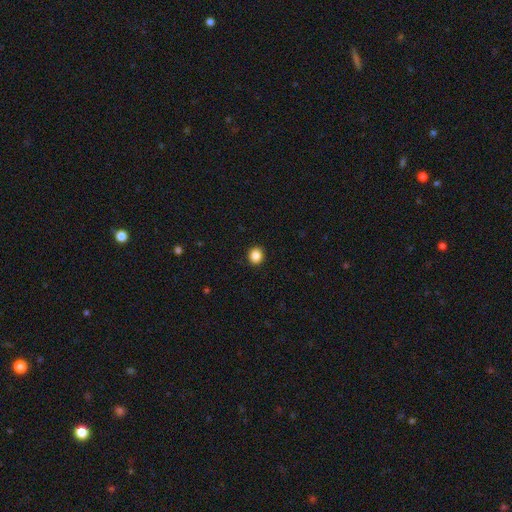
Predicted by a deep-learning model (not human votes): Morphology: type=smooth (87%); roundness=round (78%); merging=none (92%).